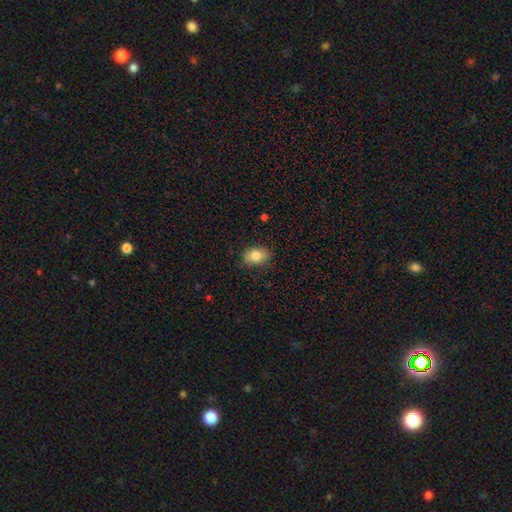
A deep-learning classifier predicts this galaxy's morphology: Overall: smooth (81%). How rounded: in between (78%). Merging: none (85%).